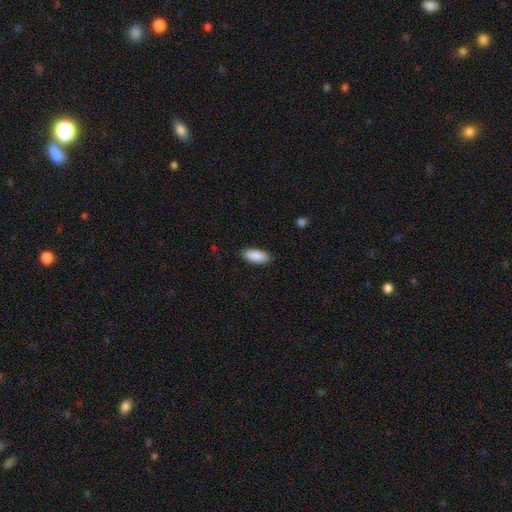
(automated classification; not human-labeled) Smooth or featured? smooth (90%)
How rounded? in between (88%)
Merging? none (88%)